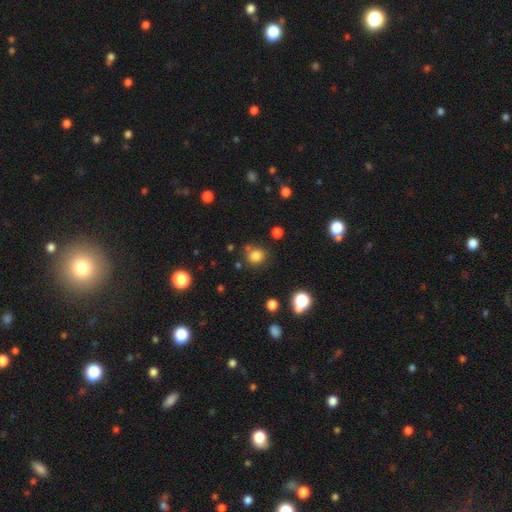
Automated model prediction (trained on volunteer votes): smooth_or_featured: smooth (p=0.80) [alt: star or artifact p=0.15]
how_rounded: round (p=0.80) [alt: in between p=0.19]
merging: none (p=0.75) [alt: minor disturbance p=0.12]